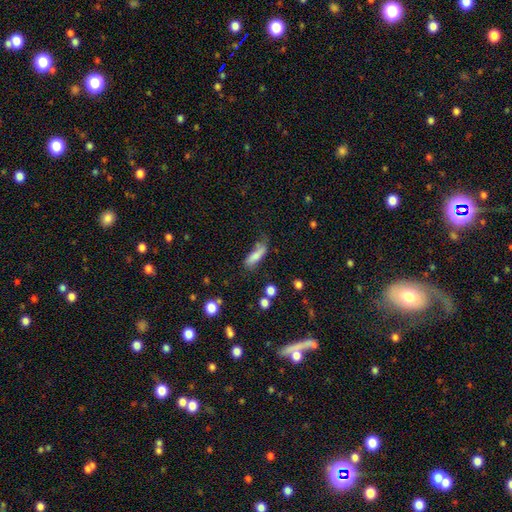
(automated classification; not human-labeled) Smooth or featured? Predicted: smooth (p=0.76). How rounded? Predicted: cigar-shaped (p=0.49, tied with in between). Merging? Predicted: none (p=0.44).